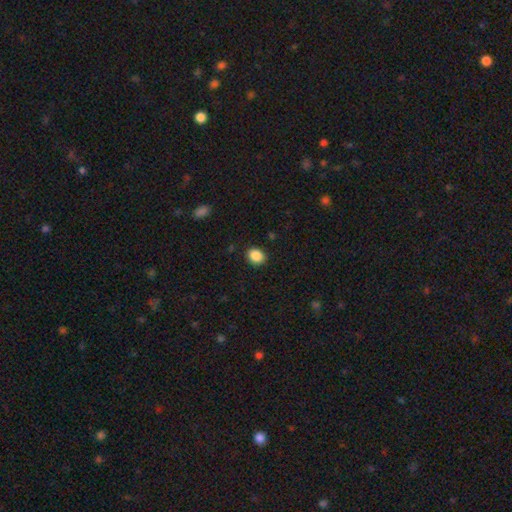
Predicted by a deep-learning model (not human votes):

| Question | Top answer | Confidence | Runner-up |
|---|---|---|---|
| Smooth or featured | smooth | 88% | star or artifact (9%) |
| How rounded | round | 60% | in between (39%) |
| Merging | none | 89% | minor disturbance (8%) |